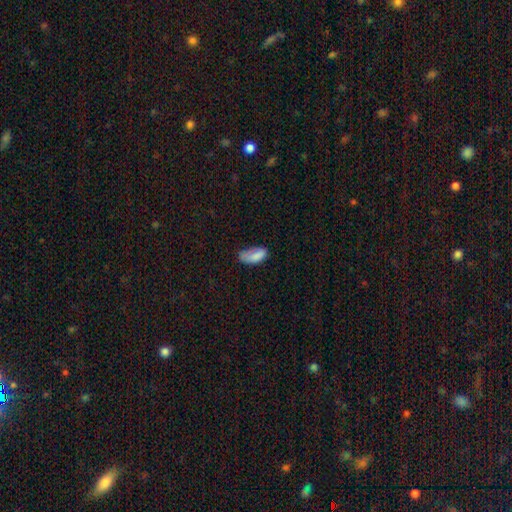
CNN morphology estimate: smooth_or_featured: smooth (p=0.79) [alt: featured or disk p=0.13]
how_rounded: in between (p=0.89) [alt: cigar-shaped p=0.08]
merging: none (p=0.41) [alt: minor disturbance p=0.38]